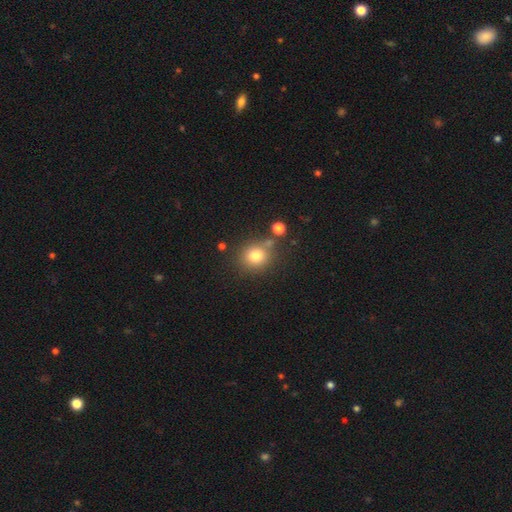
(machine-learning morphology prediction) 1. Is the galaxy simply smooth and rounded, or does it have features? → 79% smooth, 13% star or artifact, 9% featured or disk.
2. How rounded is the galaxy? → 83% round, 16% in between, 1% cigar-shaped.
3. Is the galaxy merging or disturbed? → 72% none, 12% minor disturbance, 11% merger, 4% major disturbance.